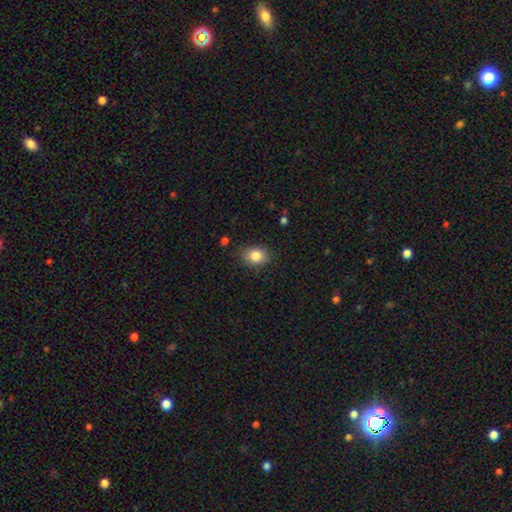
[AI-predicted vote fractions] Morphology: type=smooth (85%); roundness=in between (61%); merging=none (82%).